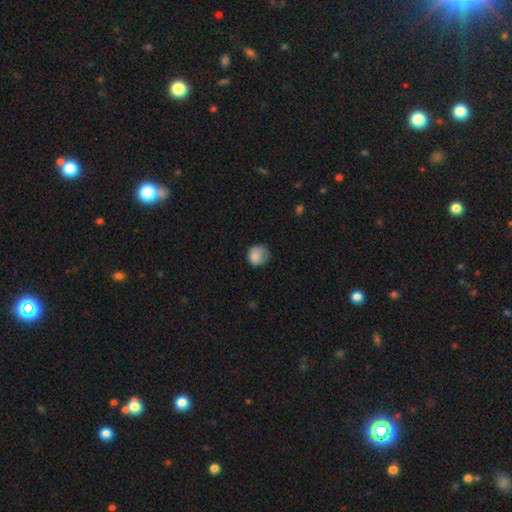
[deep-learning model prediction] The model was most divided on "merging": none: 57%, minor disturbance: 31%, major disturbance: 11%, merger: 1%. More confident: smooth or featured — smooth (81%); how rounded — round (80%).